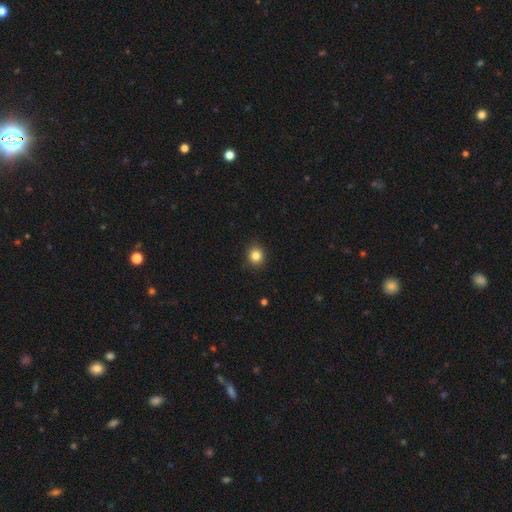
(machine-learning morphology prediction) smooth-or-featured: smooth: 84% | star or artifact: 11% | featured or disk: 5%
  how-rounded: round: 83% | in between: 17% | cigar-shaped: 1%
  merging: none: 90% | minor disturbance: 7% | major disturbance: 2% | merger: 1%